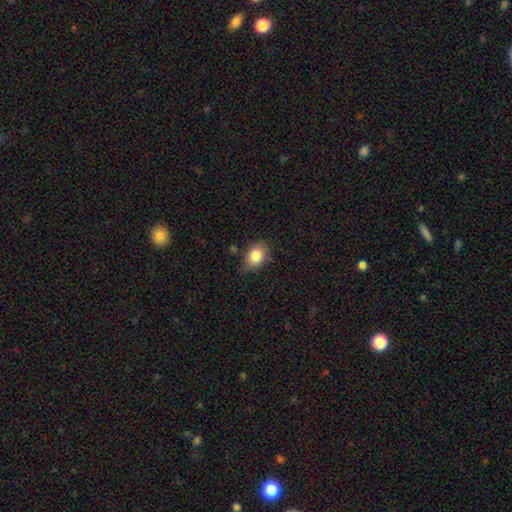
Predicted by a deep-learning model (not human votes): Smooth or featured? smooth (84%)
How rounded? in between (71%)
Merging? none (73%)